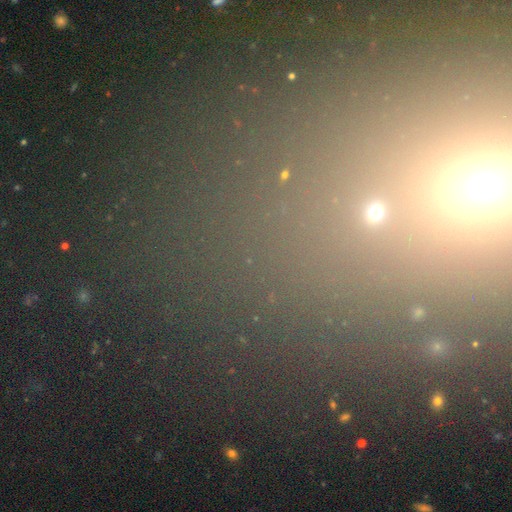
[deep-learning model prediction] Overall: star or artifact (63%; smooth 26%).